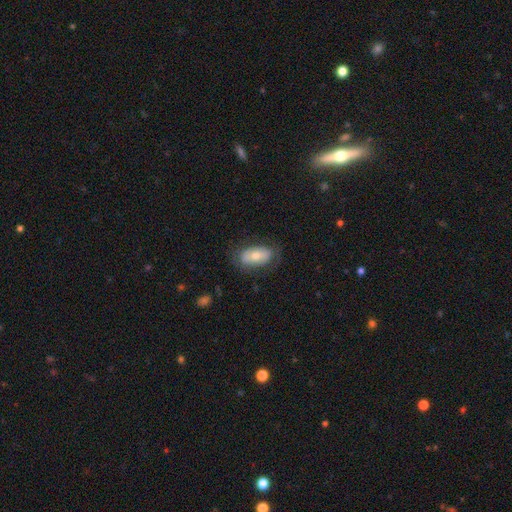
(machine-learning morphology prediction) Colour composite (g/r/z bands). It shows a smooth galaxy with no disk features (63%) that is in between round and cigar-shaped (92%). Merging: none (73%).